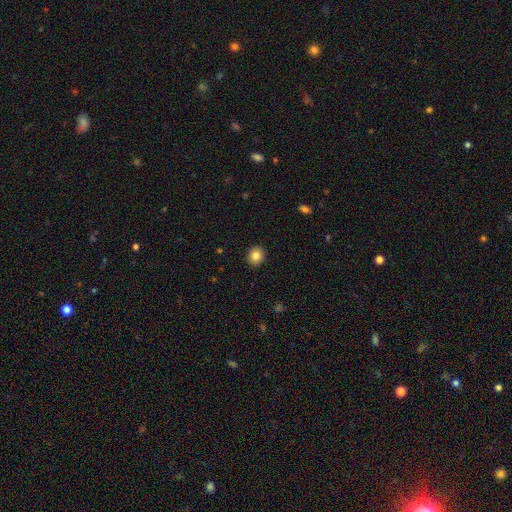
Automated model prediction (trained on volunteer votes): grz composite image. It shows a smooth galaxy with no disk features (84%) that is round (79%). Merging: none (92%).